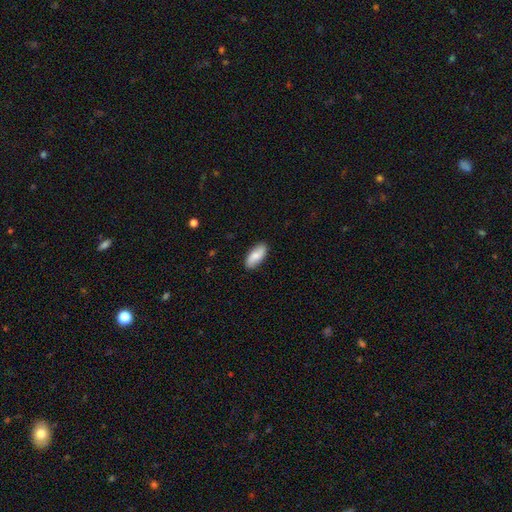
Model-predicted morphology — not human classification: smooth 79%, featured or disk 16%, star or artifact 6%. Down the decision tree: how rounded — in between (85%); merging — none (88%).